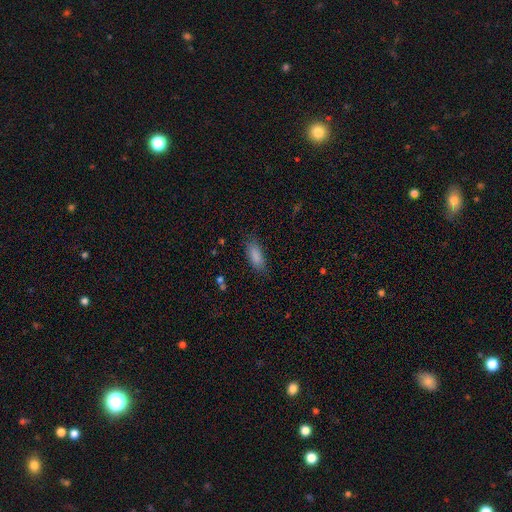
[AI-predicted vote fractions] Q: Smooth or featured?
A: smooth (86%); runner-up: star or artifact (8%)
Q: How rounded?
A: in between (79%); runner-up: cigar-shaped (19%)
Q: Merging?
A: none (81%); runner-up: minor disturbance (14%)